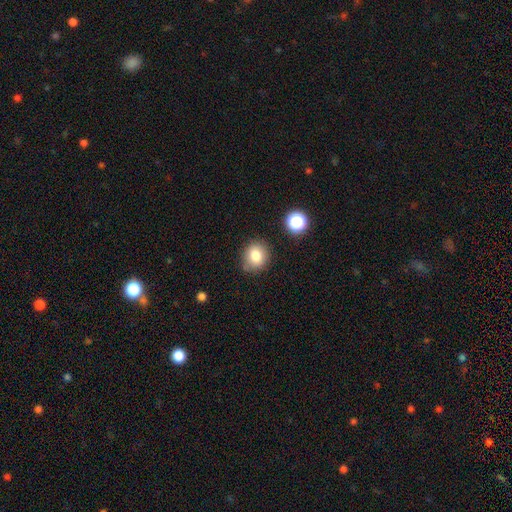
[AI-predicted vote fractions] smooth-or-featured: smooth: 81% | star or artifact: 11% | featured or disk: 8%
  how-rounded: round: 73% | in between: 26% | cigar-shaped: 1%
  merging: none: 79% | minor disturbance: 15% | major disturbance: 3% | merger: 3%